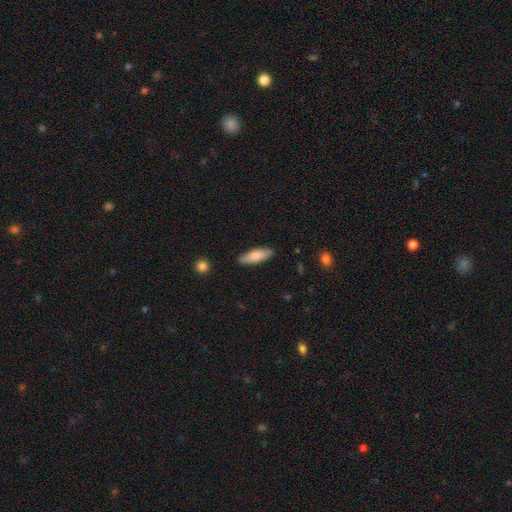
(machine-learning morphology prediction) Q: Smooth or featured?
A: smooth (79%); runner-up: featured or disk (15%)
Q: How rounded?
A: in between (55%); runner-up: cigar-shaped (43%)
Q: Merging?
A: none (86%); runner-up: minor disturbance (10%)